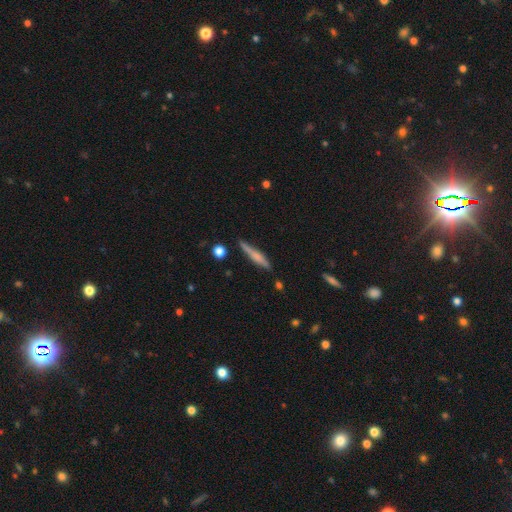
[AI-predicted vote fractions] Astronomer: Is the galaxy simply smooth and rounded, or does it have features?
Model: smooth — 47% (runner-up: featured or disk, 46%).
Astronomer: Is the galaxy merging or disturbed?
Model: none — 81%.